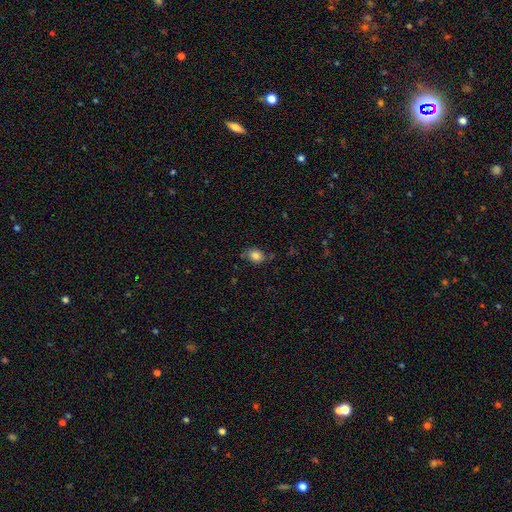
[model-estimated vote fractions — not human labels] Smooth or featured? smooth (82%)
How rounded? in between (57%)
Merging? none (71%)